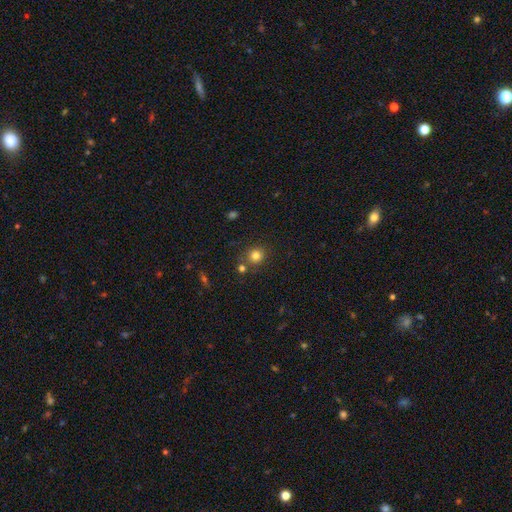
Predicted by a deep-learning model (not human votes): Smooth or featured?
  - smooth: 80% *
  - star or artifact: 13%
  - featured or disk: 7%
How rounded?
  - round: 88% *
  - in between: 12%
  - cigar-shaped: 1%
Merging?
  - none: 74% *
  - merger: 13%
  - minor disturbance: 9%
  - major disturbance: 3%